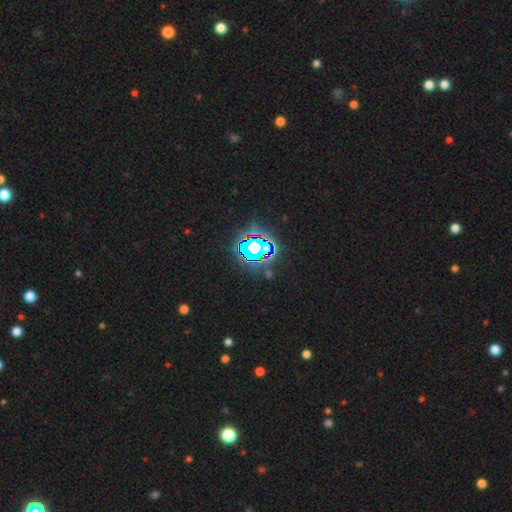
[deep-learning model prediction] Morphology: type=star or artifact (80%).